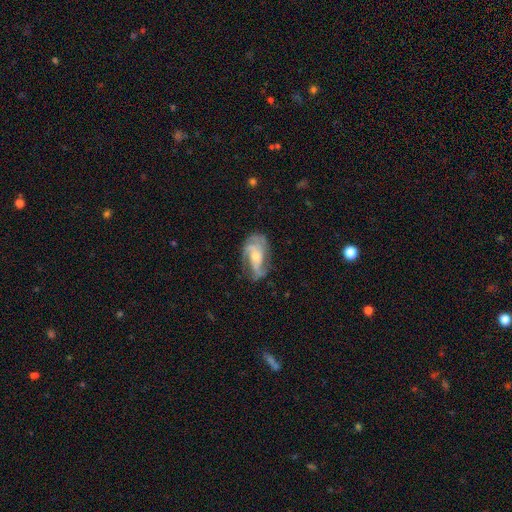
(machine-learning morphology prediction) The model was most divided on "spiral arm count": 2: 38%, 3: 28%, can't tell: 18%, 4: 7%, 1: 5%, more than 4: 4%. Remaining: edge-on disk — no (96%); spiral arms — yes (92%); smooth or featured — featured or disk (79%); merging — none (60%); bar — no (58%); bulge size — moderate (52%); spiral winding — medium (45%).